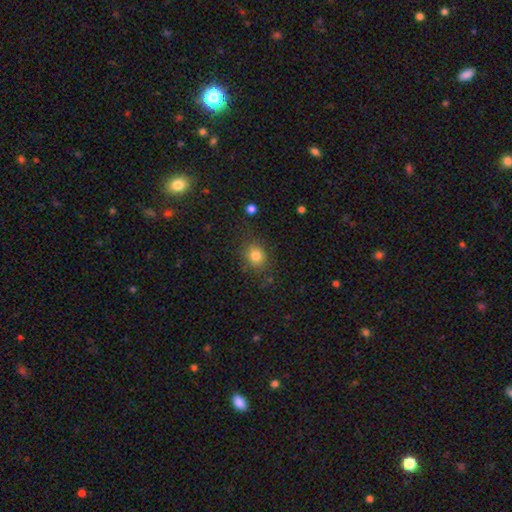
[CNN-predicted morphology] type=smooth (81%); roundness=round (74%); merging=none (81%).